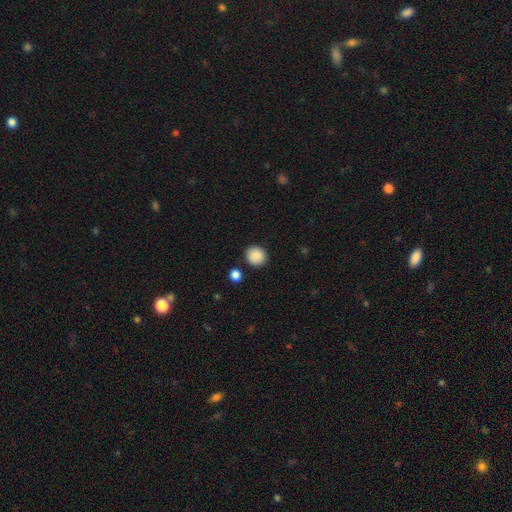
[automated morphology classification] This is clearly a smooth galaxy (89%). How rounded: clearly round (91%). Merging: clearly none (89%).